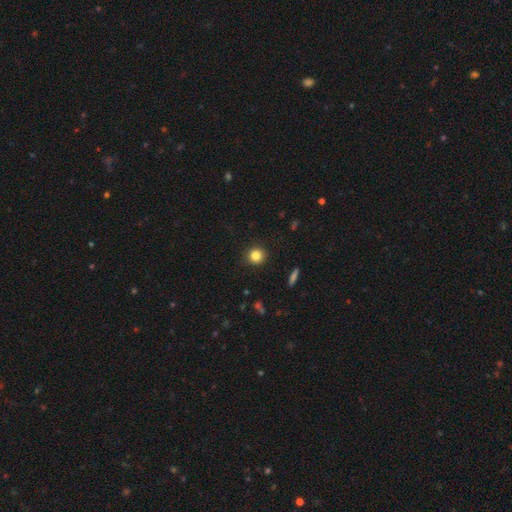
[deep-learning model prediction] A smooth galaxy with no disk features (83%) that is round (91%). Merging: none (90%).